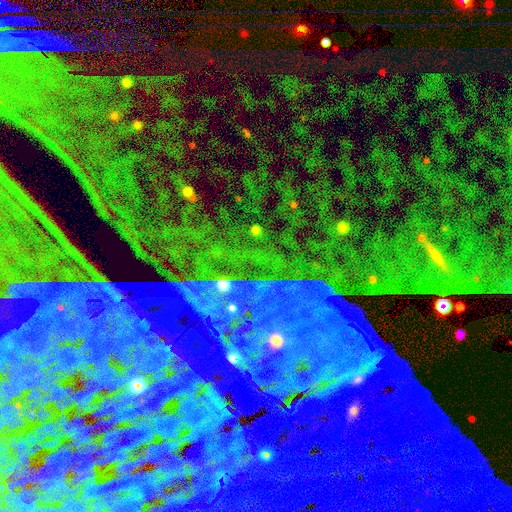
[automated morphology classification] This appears to be a star or artifact, not a galaxy (79%).